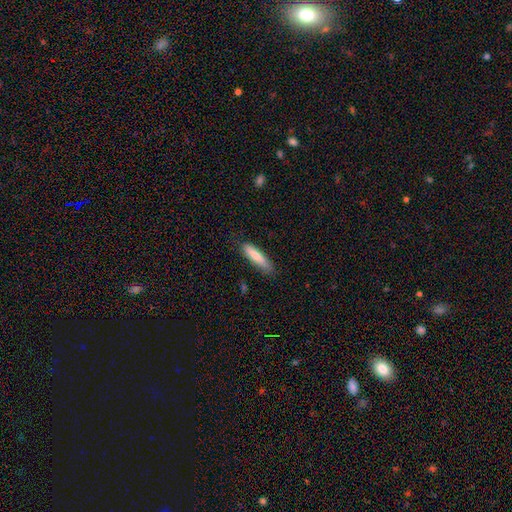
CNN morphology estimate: smooth 80%, featured or disk 14%, star or artifact 6%. Down the decision tree: how rounded — cigar-shaped (79%); merging — none (81%).